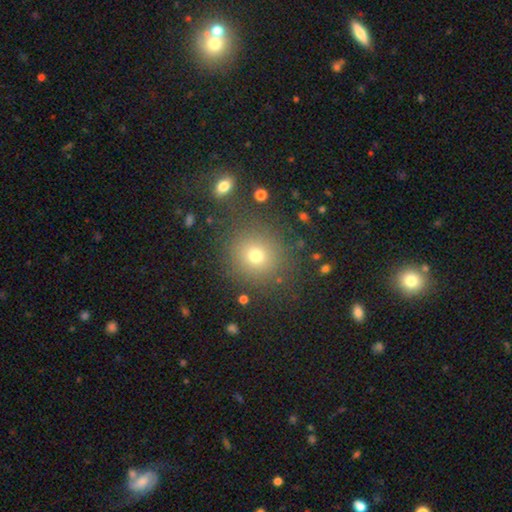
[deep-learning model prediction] This appears to be a smooth galaxy with no disk features (71%) that is round (87%). Merging: none (84%).